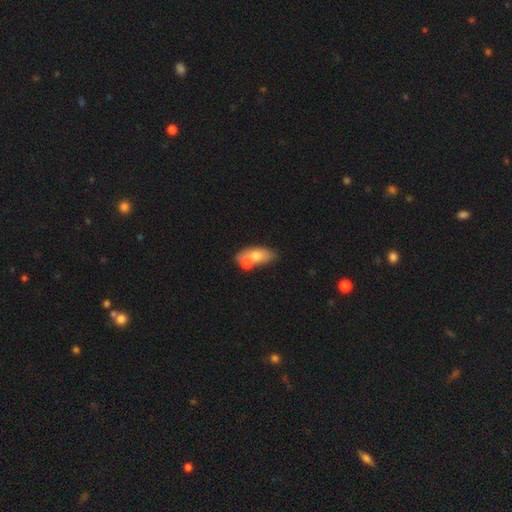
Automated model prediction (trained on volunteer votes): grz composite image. It shows a smooth galaxy with no disk features (64%) that is in between round and cigar-shaped (84%). Merging: merger (46%).